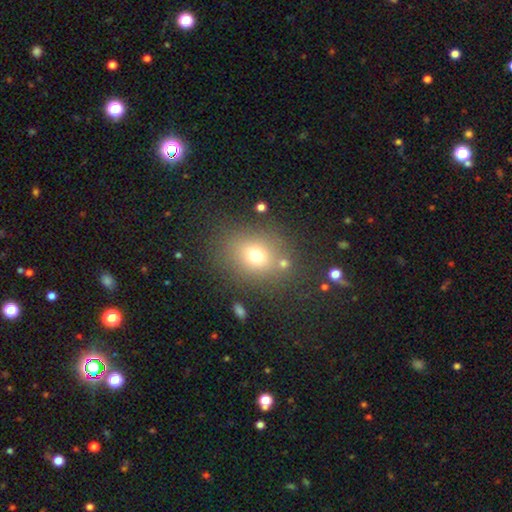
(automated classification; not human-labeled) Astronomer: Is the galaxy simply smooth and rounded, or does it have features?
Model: smooth — 70%.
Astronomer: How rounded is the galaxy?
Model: round — 57% (runner-up: in between, 42%).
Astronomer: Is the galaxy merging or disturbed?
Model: none — 75%.